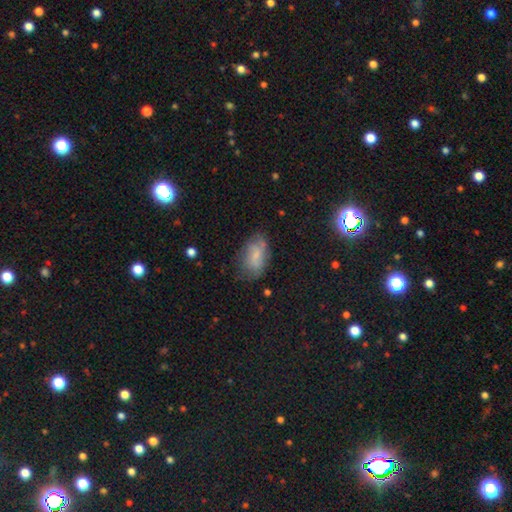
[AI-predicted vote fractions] Smooth or featured?
  - smooth: 59% *
  - featured or disk: 29%
  - star or artifact: 12%
How rounded?
  - in between: 90% *
  - round: 8%
  - cigar-shaped: 3%
Merging?
  - none: 61% *
  - minor disturbance: 26%
  - major disturbance: 10%
  - merger: 2%